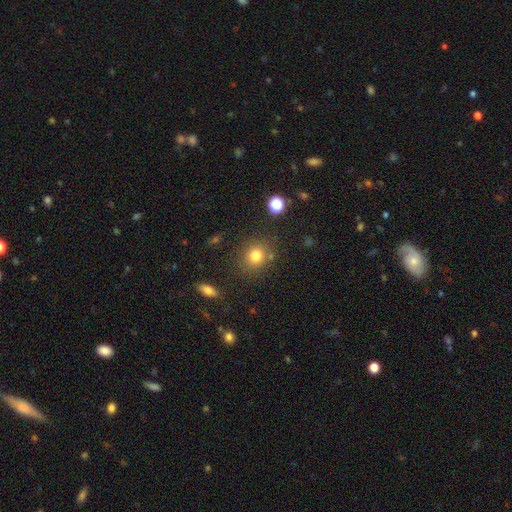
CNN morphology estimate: Smooth or featured? smooth (79%)
How rounded? round (82%)
Merging? none (80%)